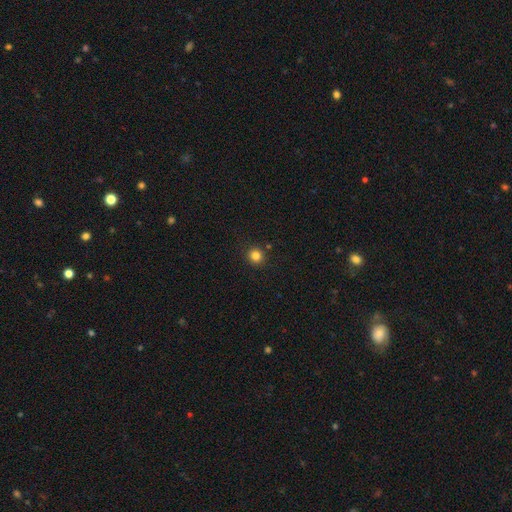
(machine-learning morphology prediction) Smooth or featured? Predicted: smooth (p=0.82). How rounded? Predicted: round (p=0.93). Merging? Predicted: none (p=0.90).